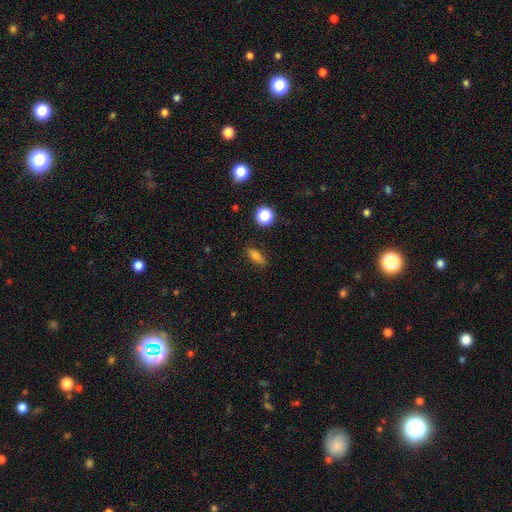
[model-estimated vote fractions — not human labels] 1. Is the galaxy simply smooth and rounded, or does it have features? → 76% smooth, 12% featured or disk, 12% star or artifact.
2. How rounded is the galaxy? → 69% in between, 22% cigar-shaped, 9% round.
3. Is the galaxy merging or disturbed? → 84% none, 12% minor disturbance, 3% major disturbance, 2% merger.